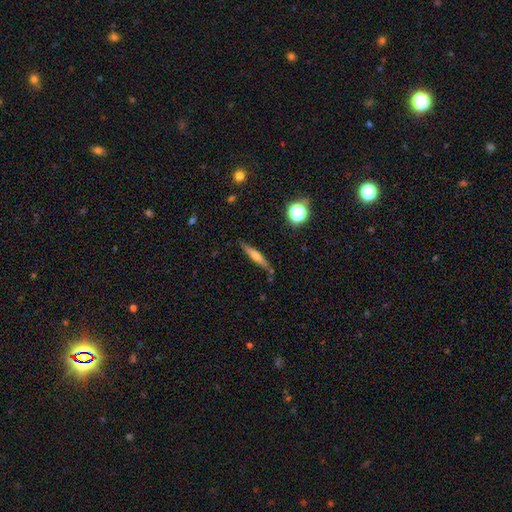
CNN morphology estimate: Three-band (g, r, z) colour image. It shows a featured or disk galaxy (47%). Merging: none (82%).